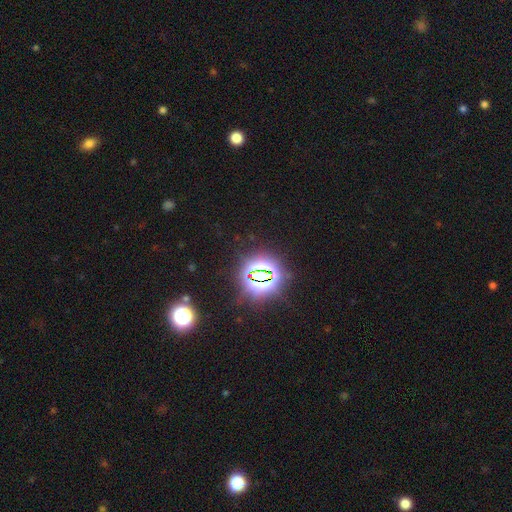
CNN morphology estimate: Smooth or featured?
  - star or artifact: 80% *
  - smooth: 13%
  - featured or disk: 7%